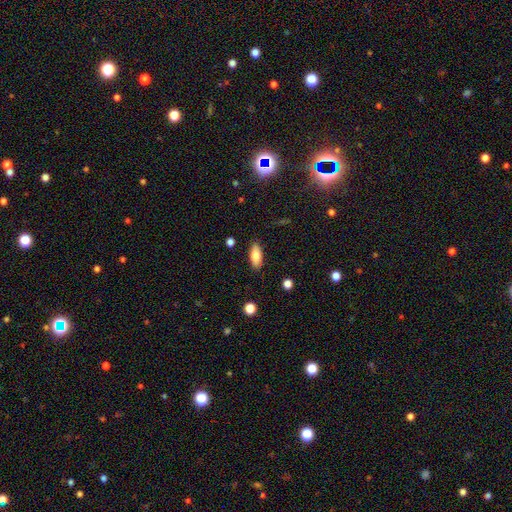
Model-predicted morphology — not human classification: A smooth galaxy with no disk features (79%) that is in between round and cigar-shaped (80%).

Vote fractions:
- Smooth or featured? smooth: 79% / featured or disk: 14% / star or artifact: 7%
- How rounded? in between: 80% / cigar-shaped: 17% / round: 3%
- Merging? none: 86% / minor disturbance: 10% / major disturbance: 2% / merger: 1%